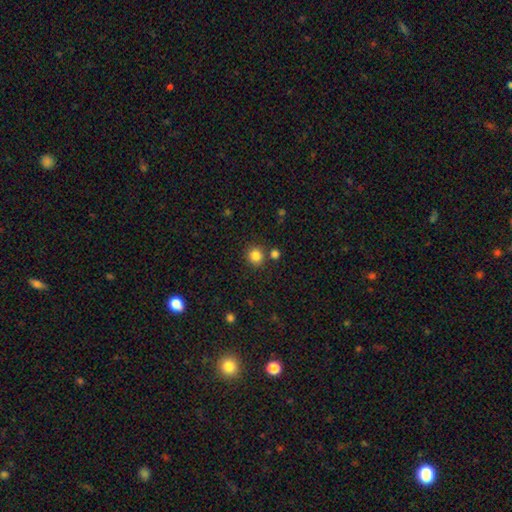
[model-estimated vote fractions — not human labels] This is clearly a smooth galaxy (83%). How rounded: clearly round (89%). Merging: clearly none (80%).